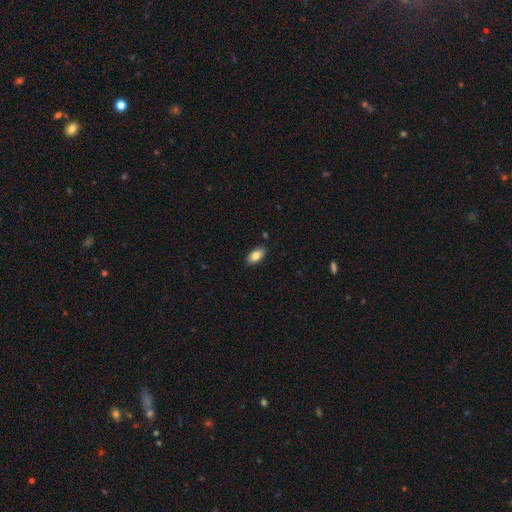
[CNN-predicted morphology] Overall: smooth (83%). How rounded: in between (93%). Merging: none (88%).